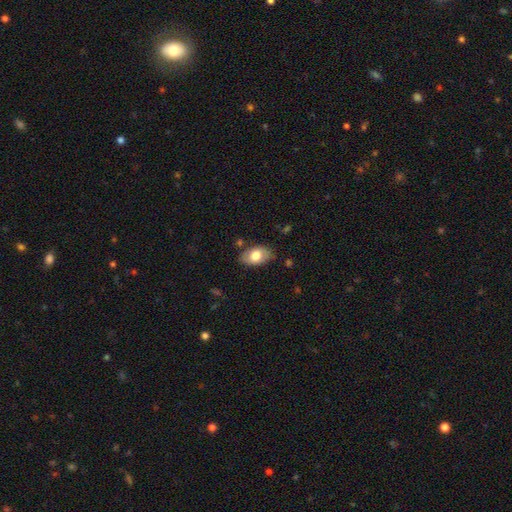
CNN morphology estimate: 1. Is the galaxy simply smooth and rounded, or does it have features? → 73% smooth, 21% featured or disk, 7% star or artifact.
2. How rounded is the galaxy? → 91% in between, 8% round, 1% cigar-shaped.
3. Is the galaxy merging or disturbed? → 79% none, 15% minor disturbance, 3% major disturbance, 2% merger.